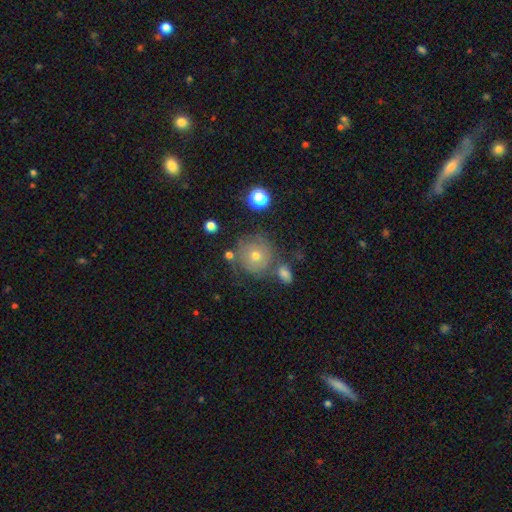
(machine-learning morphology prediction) This is possibly a smooth galaxy (49%). Merging: likely none (66%).